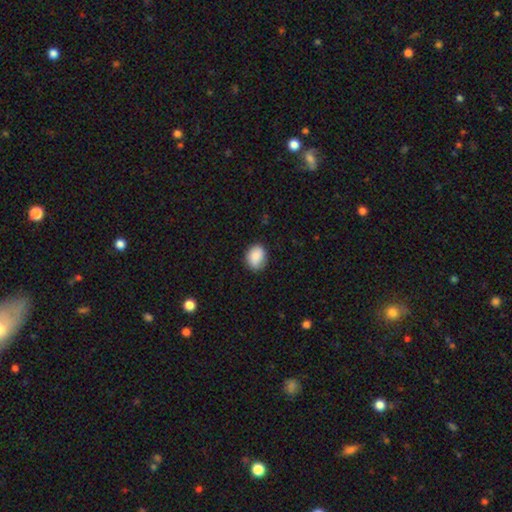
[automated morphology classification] type=smooth (85%); roundness=in between (51%); merging=none (80%).